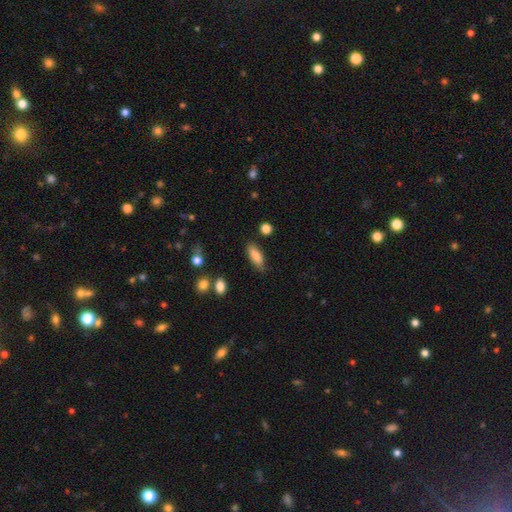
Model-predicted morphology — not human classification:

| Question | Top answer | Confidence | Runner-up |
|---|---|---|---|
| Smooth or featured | smooth | 83% | featured or disk (10%) |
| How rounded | in between | 69% | cigar-shaped (29%) |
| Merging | none | 78% | minor disturbance (16%) |